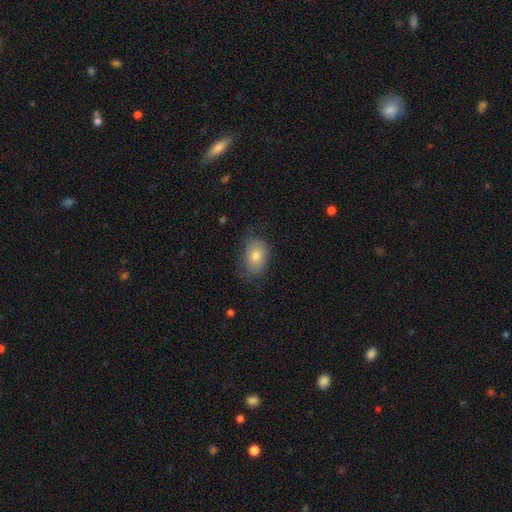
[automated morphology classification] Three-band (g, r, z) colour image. It shows a smooth galaxy with no disk features (71%) that is in between round and cigar-shaped (77%). Merging: none (63%).